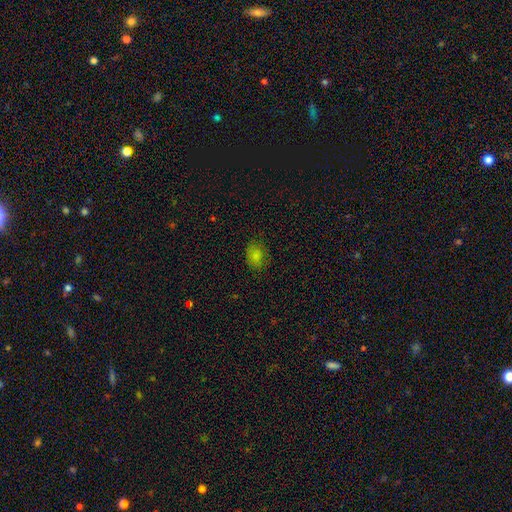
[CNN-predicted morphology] smooth-or-featured: smooth: 80% | star or artifact: 12% | featured or disk: 8%
  how-rounded: in between: 51% | round: 48% | cigar-shaped: 1%
  merging: none: 76% | minor disturbance: 18% | major disturbance: 5% | merger: 1%